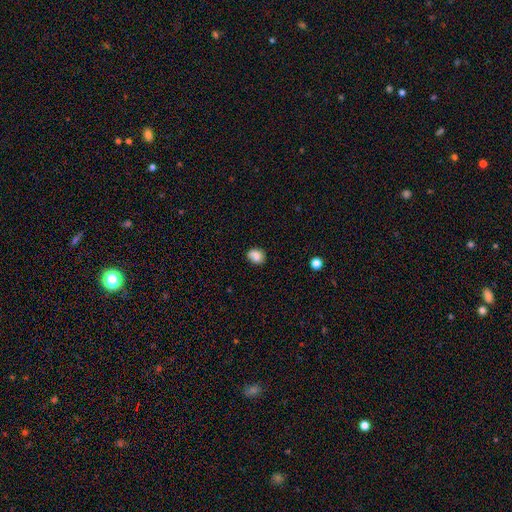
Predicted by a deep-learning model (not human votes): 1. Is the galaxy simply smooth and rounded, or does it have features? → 80% smooth, 11% featured or disk, 10% star or artifact.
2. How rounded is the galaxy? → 52% round, 47% in between, 1% cigar-shaped.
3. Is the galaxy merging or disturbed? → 61% none, 23% minor disturbance, 9% merger, 6% major disturbance.